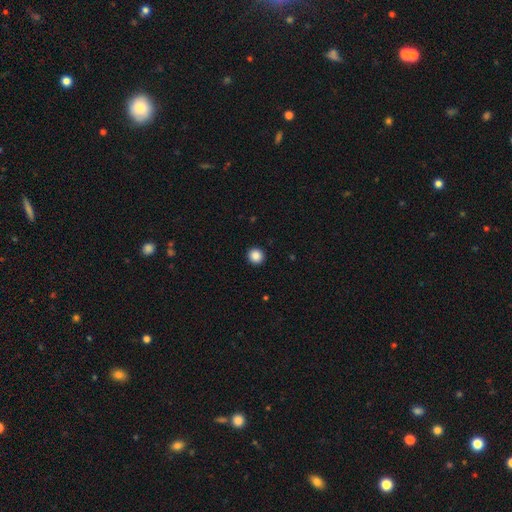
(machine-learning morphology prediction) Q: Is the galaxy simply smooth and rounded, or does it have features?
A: smooth — 88%.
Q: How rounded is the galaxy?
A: round — 94%.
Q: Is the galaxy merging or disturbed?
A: none — 94%.